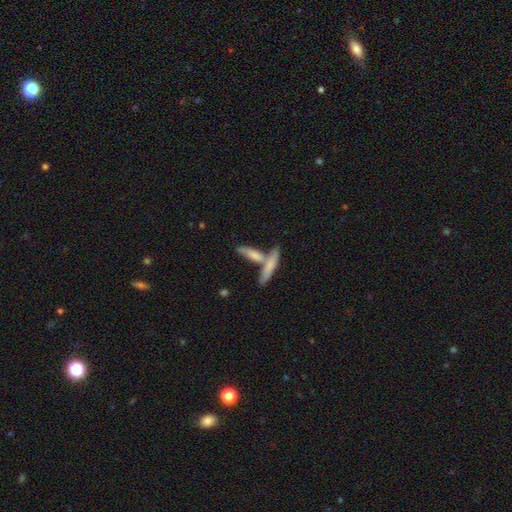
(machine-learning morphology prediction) Smooth or featured? Predicted: smooth (p=0.52). How rounded? Predicted: cigar-shaped (p=0.77). Merging? Predicted: none (p=0.48).